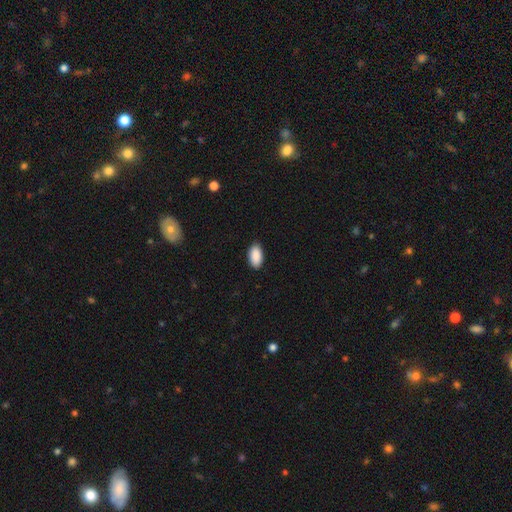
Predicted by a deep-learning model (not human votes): The model was most divided on "merging": none: 88%, minor disturbance: 9%, major disturbance: 2%, merger: 1%. More confident: how rounded — in between (95%); smooth or featured — smooth (91%).